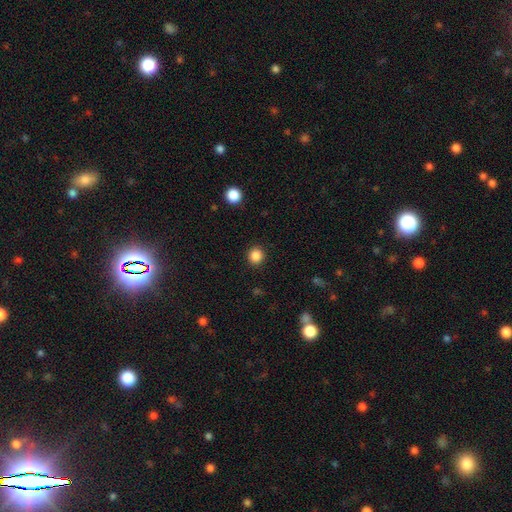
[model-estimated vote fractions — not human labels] smooth-or-featured: smooth: 86% | star or artifact: 11% | featured or disk: 3%
  how-rounded: round: 91% | in between: 8% | cigar-shaped: 1%
  merging: none: 92% | minor disturbance: 5% | major disturbance: 2% | merger: 1%